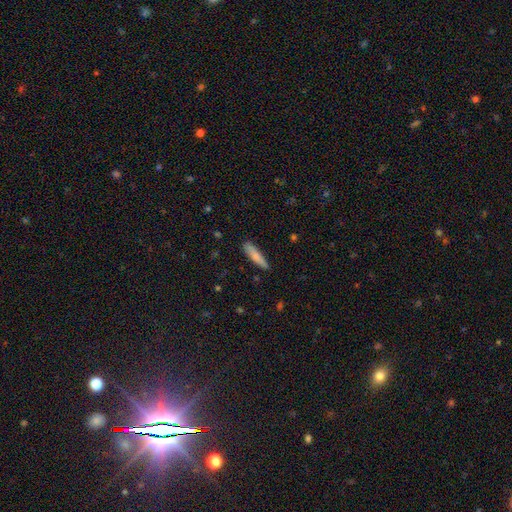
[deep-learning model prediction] The model was most divided on "smooth or featured": smooth: 78%, featured or disk: 16%, star or artifact: 6%. More confident: how rounded — cigar-shaped (80%); merging — none (79%).